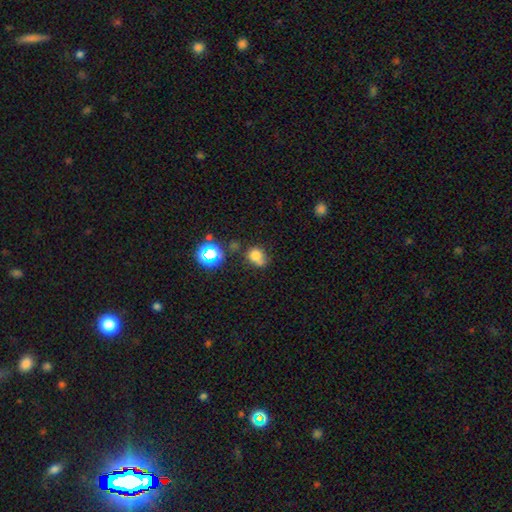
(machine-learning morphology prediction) This is likely a smooth galaxy (71%). How rounded: likely round (63%). Merging: possibly none (45%).